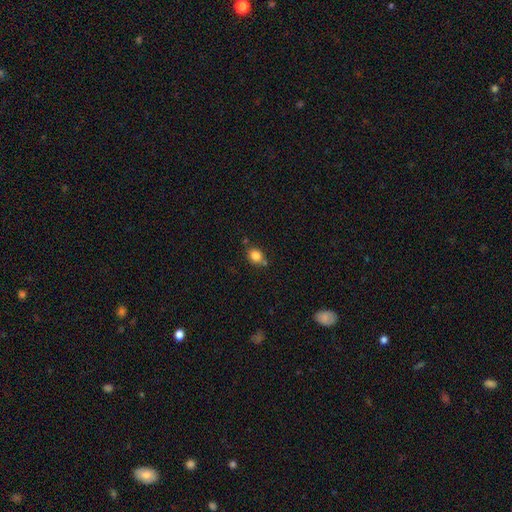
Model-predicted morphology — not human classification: smooth 83%, star or artifact 11%, featured or disk 7%. Down the decision tree: how rounded — round (56%); merging — none (69%).